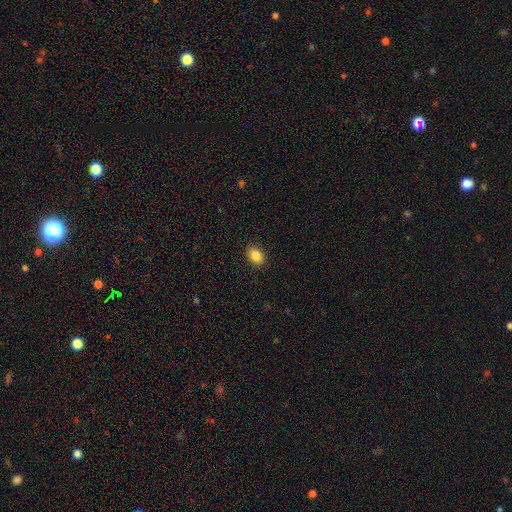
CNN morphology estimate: Smooth or featured?
  - smooth: 86% *
  - star or artifact: 9%
  - featured or disk: 5%
How rounded?
  - in between: 73% *
  - round: 26%
  - cigar-shaped: 1%
Merging?
  - none: 89% *
  - minor disturbance: 8%
  - major disturbance: 2%
  - merger: 1%